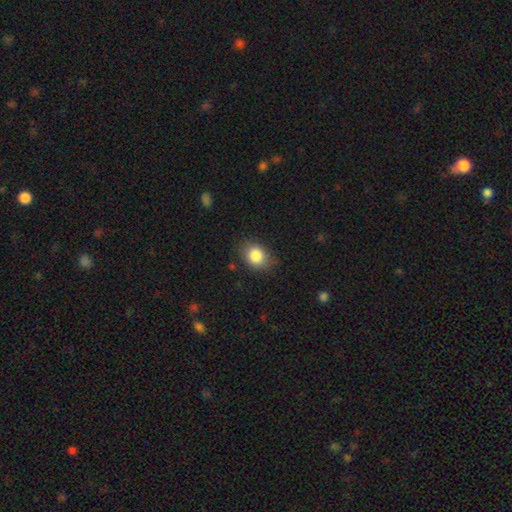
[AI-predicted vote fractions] smooth-or-featured: smooth: 85% | star or artifact: 9% | featured or disk: 7%
  how-rounded: in between: 55% | round: 44% | cigar-shaped: 1%
  merging: none: 79% | minor disturbance: 16% | major disturbance: 4% | merger: 1%